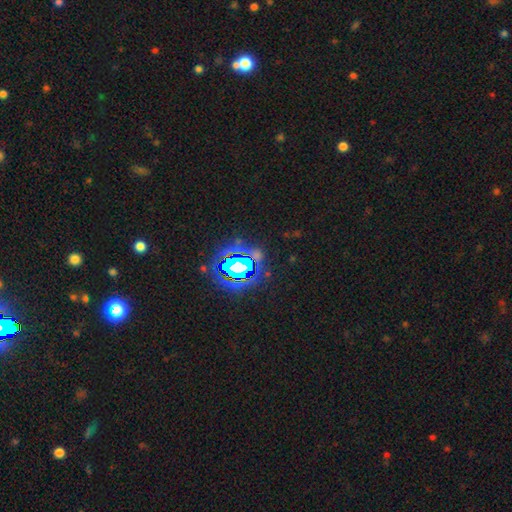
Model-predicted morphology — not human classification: This is likely a star or artifact rather than a galaxy (75%).